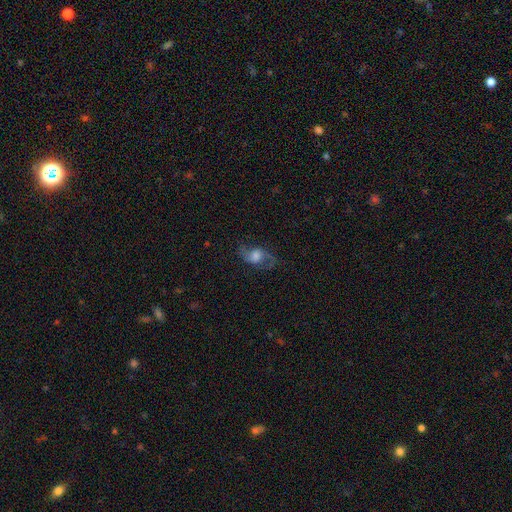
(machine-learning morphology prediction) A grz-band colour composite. It shows a featured or disk galaxy (71%) with no bar (56%), 2 (90%) loose (58%) spiral arms (91%) and a large central bulge (41%). Merging: none (70%).